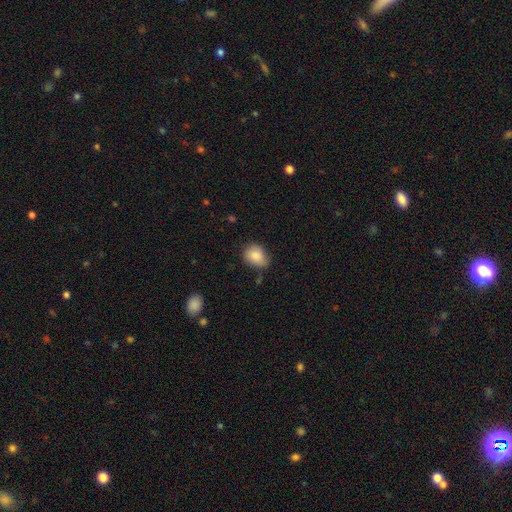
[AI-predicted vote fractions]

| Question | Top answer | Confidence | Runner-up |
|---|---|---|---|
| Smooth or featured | smooth | 85% | star or artifact (8%) |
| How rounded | in between | 60% | round (39%) |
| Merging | none | 59% | minor disturbance (32%) |